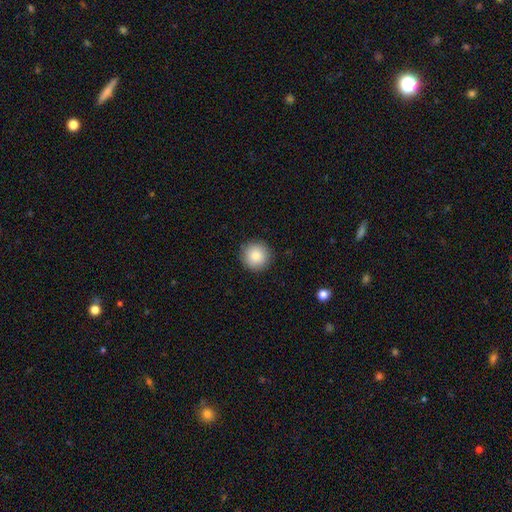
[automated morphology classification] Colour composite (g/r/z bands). It shows a smooth galaxy with no disk features (86%) that is round (95%). Merging: none (91%).